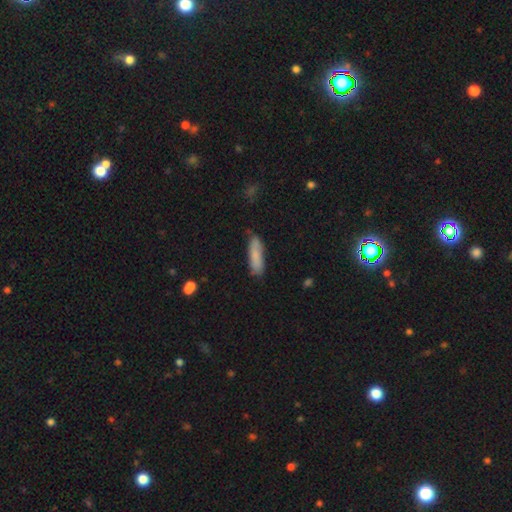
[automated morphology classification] Smooth or featured? smooth (82%)
How rounded? cigar-shaped (62%)
Merging? none (77%)